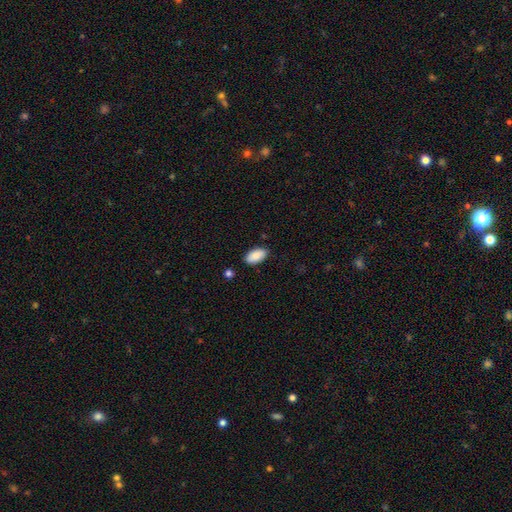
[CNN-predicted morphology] smooth_or_featured: smooth (p=0.90) [alt: star or artifact p=0.06]
how_rounded: in between (p=0.94) [alt: cigar-shaped p=0.04]
merging: none (p=0.86) [alt: minor disturbance p=0.10]